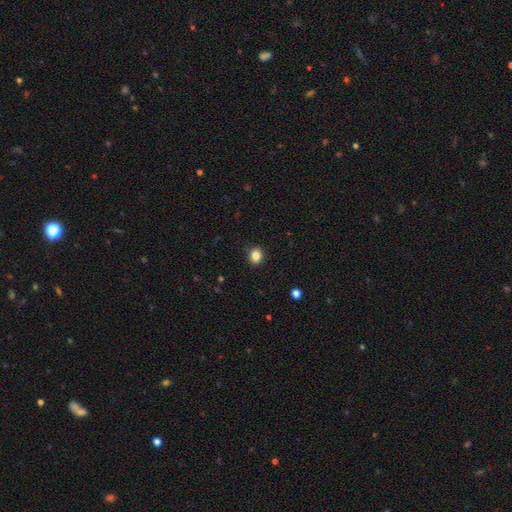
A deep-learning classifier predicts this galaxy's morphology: Smooth or featured?
  - smooth: 85% *
  - star or artifact: 10%
  - featured or disk: 5%
How rounded?
  - round: 62% *
  - in between: 37%
  - cigar-shaped: 1%
Merging?
  - none: 90% *
  - minor disturbance: 7%
  - major disturbance: 2%
  - merger: 1%